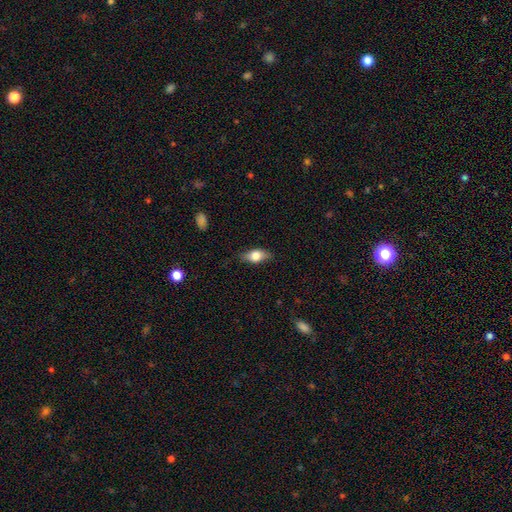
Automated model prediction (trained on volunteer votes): A smooth galaxy with no disk features (68%) that is in between round and cigar-shaped (80%). Merging: none (80%).